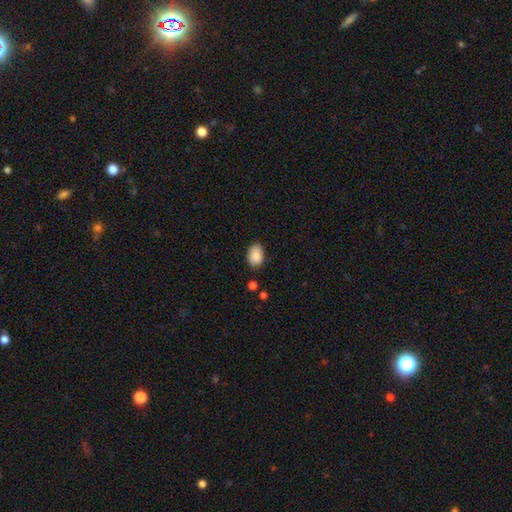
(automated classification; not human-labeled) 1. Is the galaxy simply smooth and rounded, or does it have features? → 89% smooth, 7% star or artifact, 4% featured or disk.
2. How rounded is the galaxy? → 86% in between, 13% round, 1% cigar-shaped.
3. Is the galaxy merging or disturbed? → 82% none, 13% minor disturbance, 3% major disturbance, 2% merger.